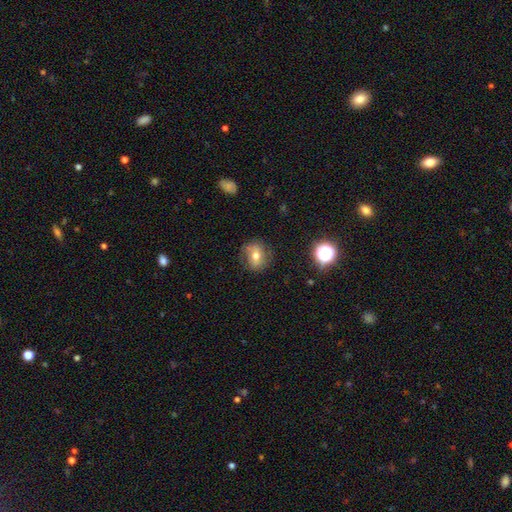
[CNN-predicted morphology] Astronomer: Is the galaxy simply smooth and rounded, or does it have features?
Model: smooth — 54% (runner-up: featured or disk, 33%).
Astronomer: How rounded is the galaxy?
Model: round — 67%.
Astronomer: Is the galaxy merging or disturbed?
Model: none — 72%.